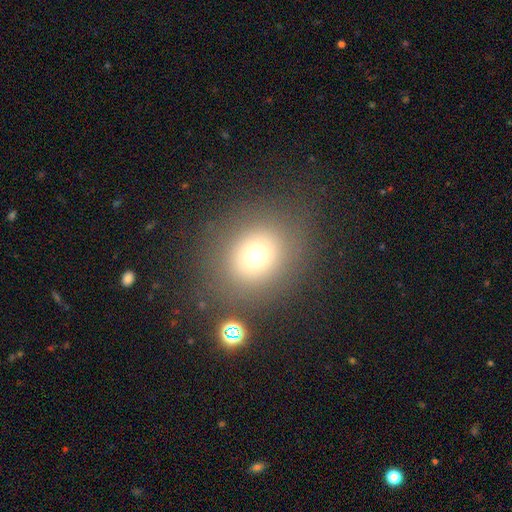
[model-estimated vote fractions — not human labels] smooth_or_featured: smooth (p=0.70) [alt: star or artifact p=0.18]
how_rounded: round (p=0.71) [alt: in between p=0.28]
merging: none (p=0.77) [alt: minor disturbance p=0.11]